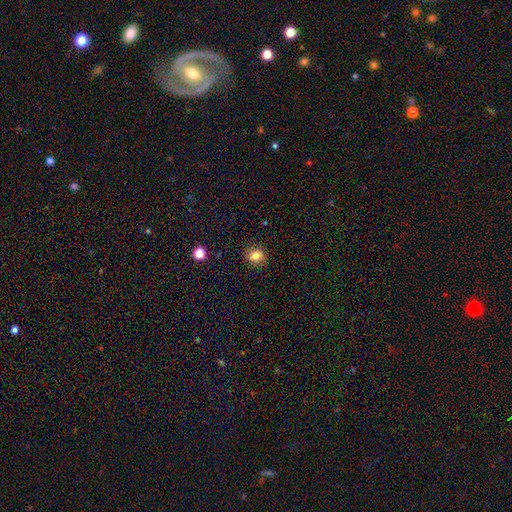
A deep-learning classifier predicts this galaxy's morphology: Smooth or featured? smooth (81%)
How rounded? round (78%)
Merging? none (89%)